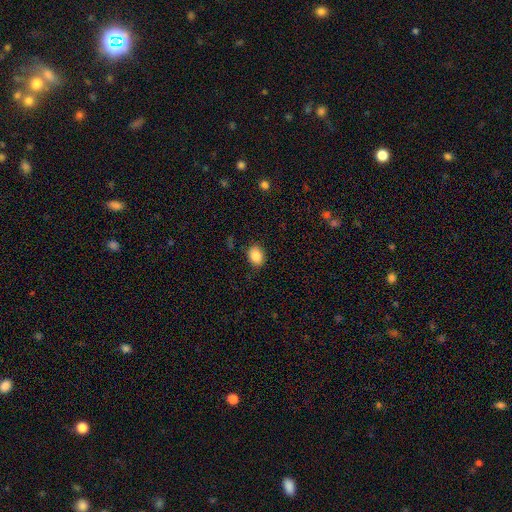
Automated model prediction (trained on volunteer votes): smooth 87%, star or artifact 8%, featured or disk 4%. Down the decision tree: how rounded — in between (68%); merging — none (86%).